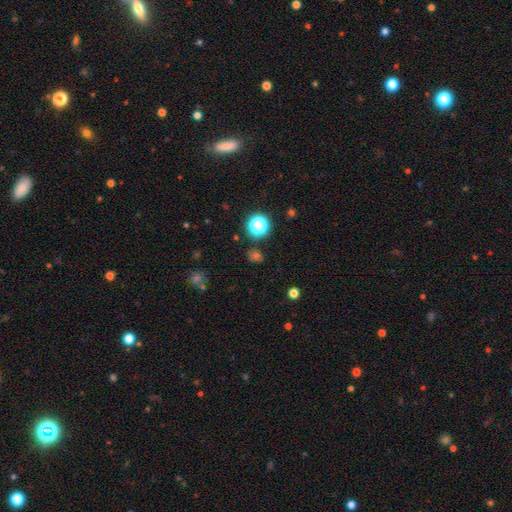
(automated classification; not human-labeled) The model was most divided on "smooth or featured": star or artifact: 48%, smooth: 45%, featured or disk: 7%.